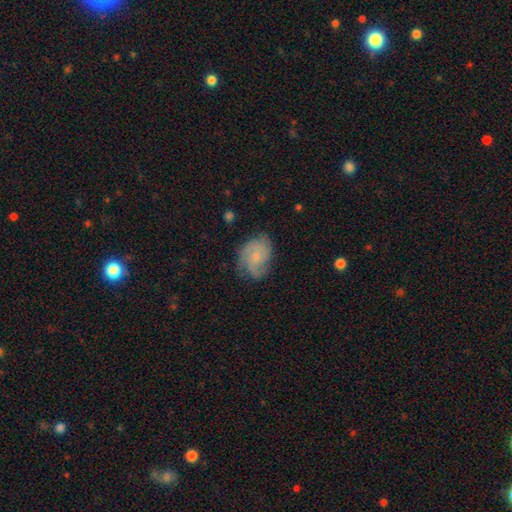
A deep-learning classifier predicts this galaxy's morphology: Smooth or featured? Predicted: featured or disk (p=0.68). Edge-on disk? Predicted: no (p=0.98). Bar? Predicted: no (p=0.73). Spiral arms? Predicted: yes (p=0.92). Spiral winding? Predicted: tight (p=0.42, tied with medium). Spiral arm count? Predicted: 3 (p=0.32). Bulge size? Predicted: small (p=0.66). Merging? Predicted: none (p=0.66).